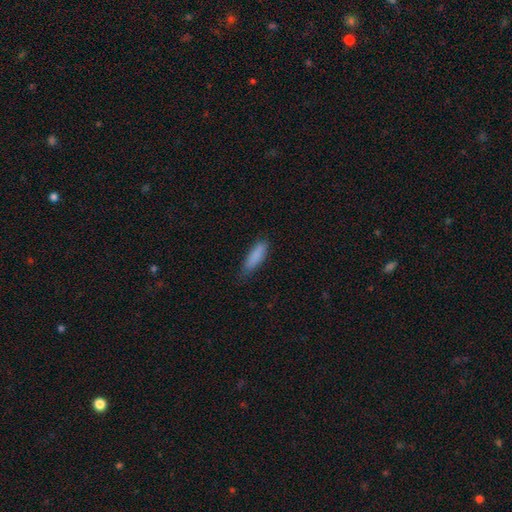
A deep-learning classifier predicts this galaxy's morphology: The model was most divided on "how rounded": cigar-shaped: 55%, in between: 43%, round: 2%. More confident: smooth or featured — smooth (87%); merging — none (73%).